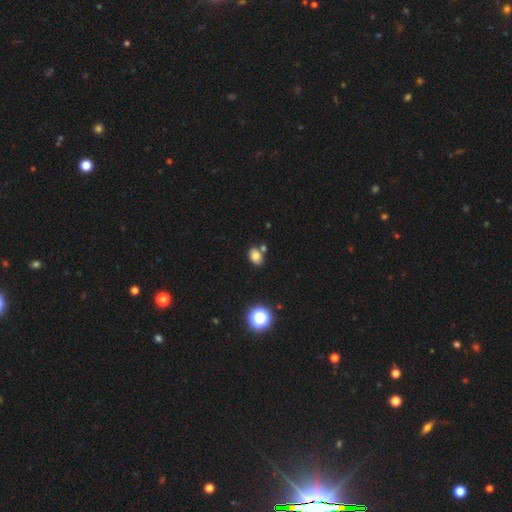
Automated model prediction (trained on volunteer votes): Morphology: type=smooth (80%); roundness=in between (67%); merging=none (70%).